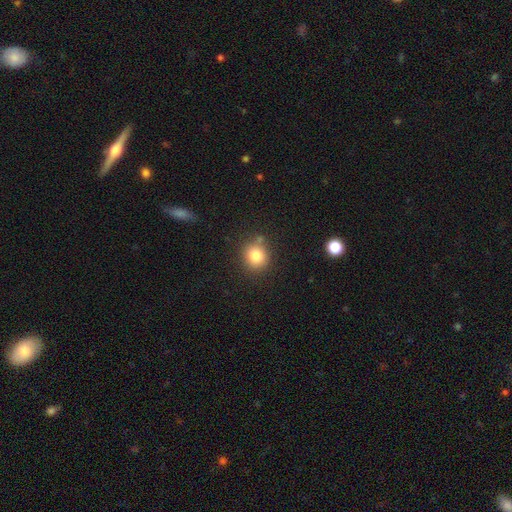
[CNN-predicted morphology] Smooth or featured? Predicted: smooth (p=0.82). How rounded? Predicted: round (p=0.83). Merging? Predicted: none (p=0.78).